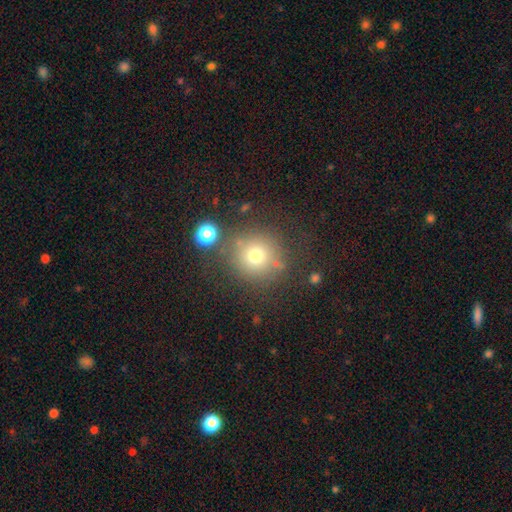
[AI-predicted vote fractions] smooth_or_featured: smooth (p=0.71) [alt: star or artifact p=0.17]
how_rounded: round (p=0.93) [alt: in between p=0.07]
merging: none (p=0.76) [alt: minor disturbance p=0.11]